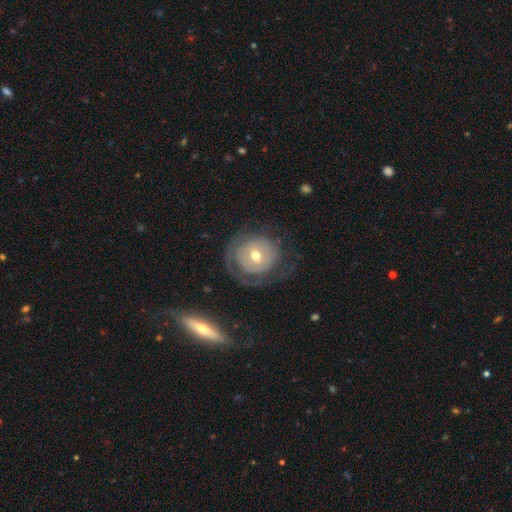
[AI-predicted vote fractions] A featured or disk galaxy (60%) with no bar (53%), spiral arms (59%) and a moderate central bulge (62%).

Vote fractions:
- Smooth or featured? featured or disk: 60% / smooth: 33% / star or artifact: 7%
- Edge-on disk? no: 96% / yes: 4%
- Bar? no: 53% / weak: 36% / strong: 11%
- Spiral arms? yes: 59% / no: 41%
- Bulge size? moderate: 62% / small: 31% / large: 5% / none: 1% / dominant: 1%
- Merging? none: 59% / major disturbance: 21% / minor disturbance: 18% / merger: 2%